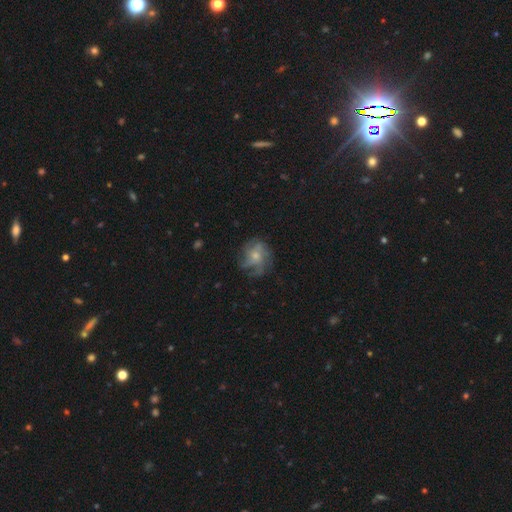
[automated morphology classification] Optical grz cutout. It shows a featured or disk galaxy (66%) with no bar (79%), medium (42%) spiral arms (84%) and a small central bulge (50%). Merging: none (63%).